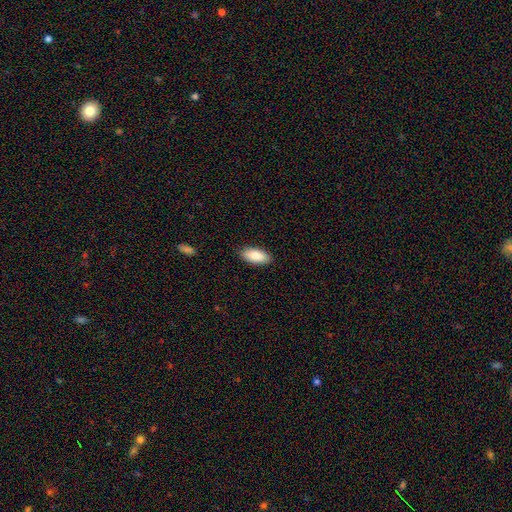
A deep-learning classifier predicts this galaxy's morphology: Q: Smooth or featured?
A: smooth (88%); runner-up: featured or disk (6%)
Q: How rounded?
A: in between (87%); runner-up: cigar-shaped (11%)
Q: Merging?
A: none (89%); runner-up: minor disturbance (8%)